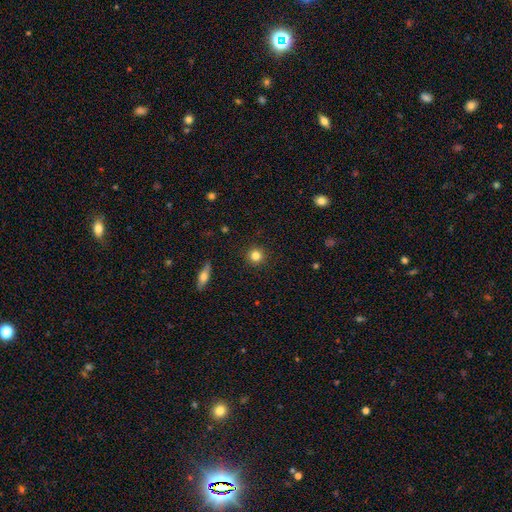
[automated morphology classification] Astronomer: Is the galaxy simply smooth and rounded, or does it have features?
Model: smooth — 83%.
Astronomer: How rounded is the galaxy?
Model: round — 94%.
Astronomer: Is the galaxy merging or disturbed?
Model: none — 92%.